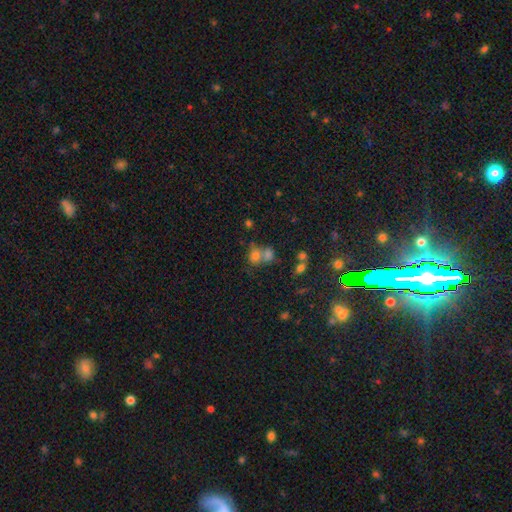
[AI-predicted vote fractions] Smooth or featured?
  - smooth: 71% *
  - star or artifact: 17%
  - featured or disk: 12%
How rounded?
  - round: 59% *
  - in between: 40%
  - cigar-shaped: 1%
Merging?
  - merger: 53% *
  - none: 32%
  - minor disturbance: 9%
  - major disturbance: 6%